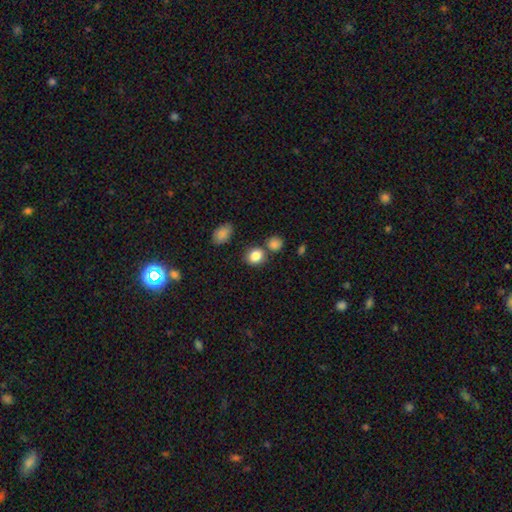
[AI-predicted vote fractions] smooth-or-featured: smooth: 85% | star or artifact: 10% | featured or disk: 5%
  how-rounded: round: 71% | in between: 28% | cigar-shaped: 1%
  merging: none: 73% | merger: 13% | minor disturbance: 11% | major disturbance: 3%